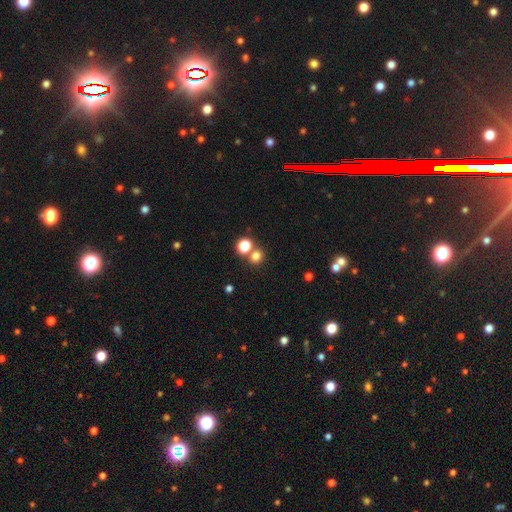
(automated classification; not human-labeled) Overall: smooth (76%). How rounded: round (77%). Merging: none (61%; merger 29%).